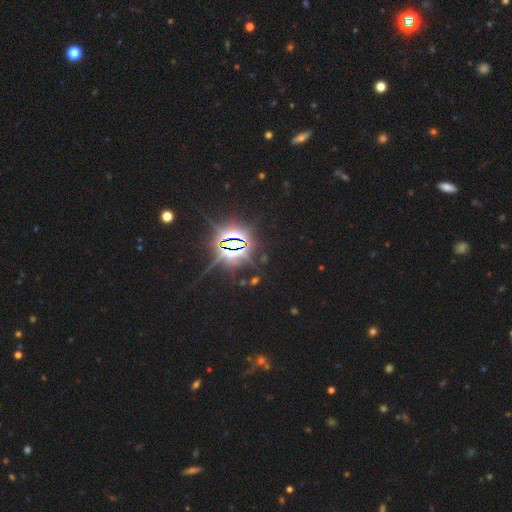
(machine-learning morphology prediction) This appears to be a star or artifact, not a galaxy (85%).